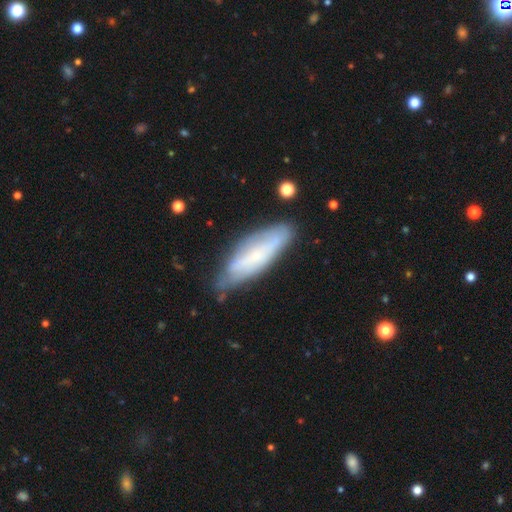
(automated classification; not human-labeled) Smooth or featured? smooth (49%)
Merging? none (68%)